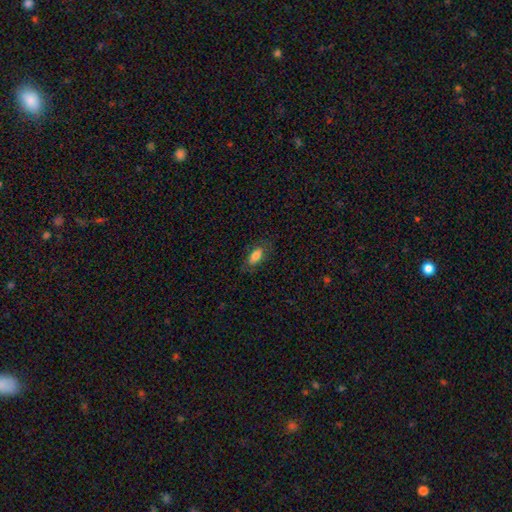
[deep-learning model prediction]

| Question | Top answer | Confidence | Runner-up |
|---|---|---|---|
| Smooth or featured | smooth | 78% | featured or disk (14%) |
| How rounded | in between | 86% | cigar-shaped (11%) |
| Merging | none | 77% | minor disturbance (16%) |